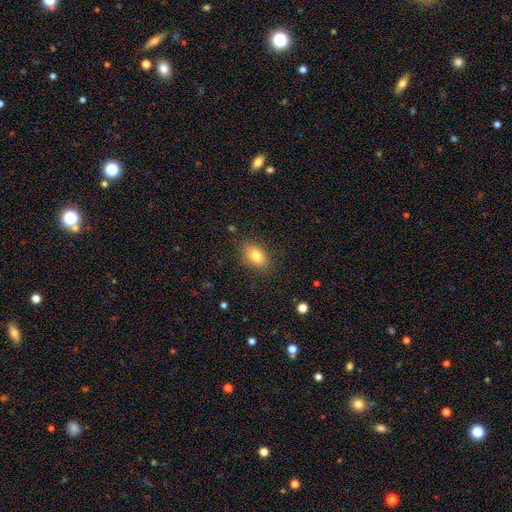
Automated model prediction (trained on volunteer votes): Smooth or featured?
  - smooth: 79% *
  - featured or disk: 11%
  - star or artifact: 10%
How rounded?
  - in between: 81% *
  - round: 18%
  - cigar-shaped: 2%
Merging?
  - none: 84% *
  - minor disturbance: 11%
  - major disturbance: 3%
  - merger: 1%